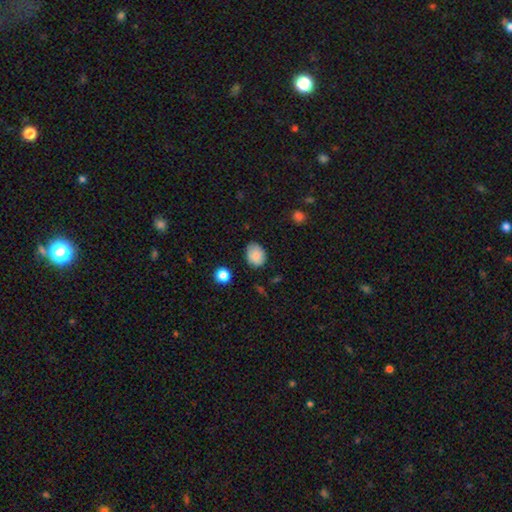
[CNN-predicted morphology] smooth 86%, star or artifact 8%, featured or disk 6%. Down the decision tree: how rounded — in between (57%); merging — none (76%).